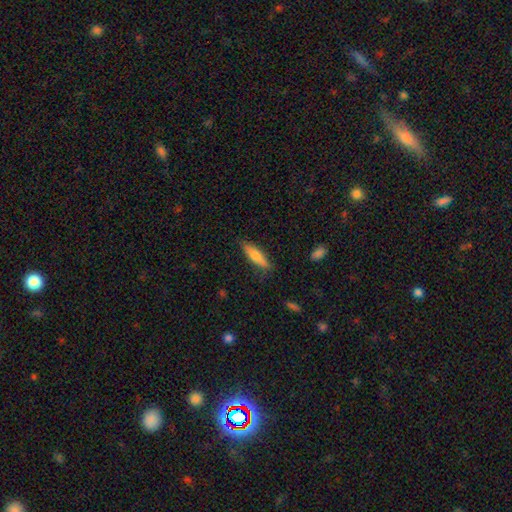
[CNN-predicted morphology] type=smooth (73%); roundness=cigar-shaped (64%); merging=none (81%).